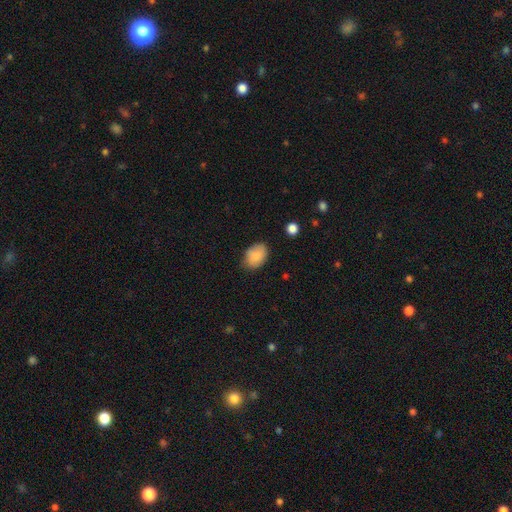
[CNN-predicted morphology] smooth 86%, star or artifact 7%, featured or disk 7%. Down the decision tree: how rounded — in between (83%); merging — none (77%).